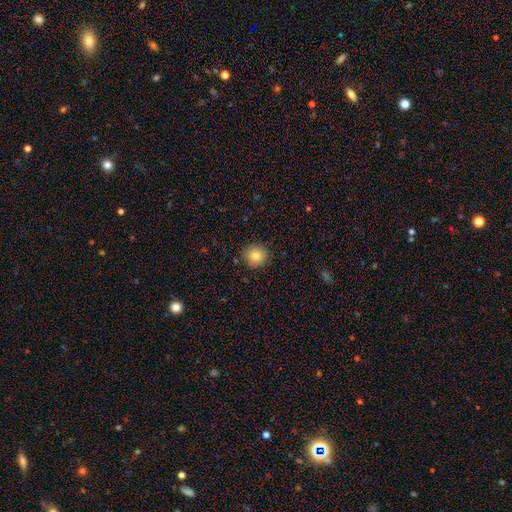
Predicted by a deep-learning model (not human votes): smooth-or-featured: smooth: 81% | star or artifact: 10% | featured or disk: 9%
  how-rounded: round: 89% | in between: 10% | cigar-shaped: 1%
  merging: none: 89% | minor disturbance: 8% | major disturbance: 2% | merger: 1%